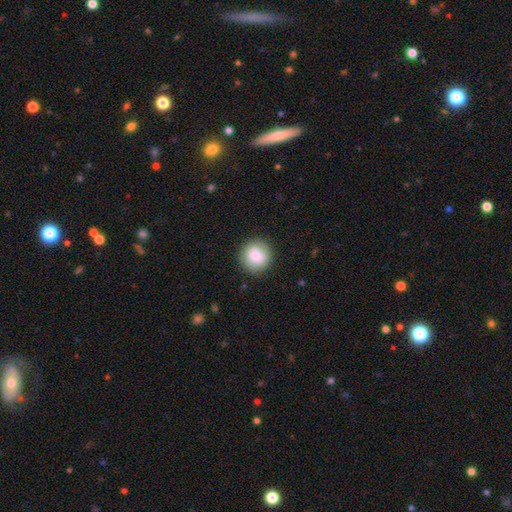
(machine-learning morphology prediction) The model was most divided on "smooth or featured": smooth: 84%, featured or disk: 9%, star or artifact: 7%. More confident: how rounded — round (92%); merging — none (87%).